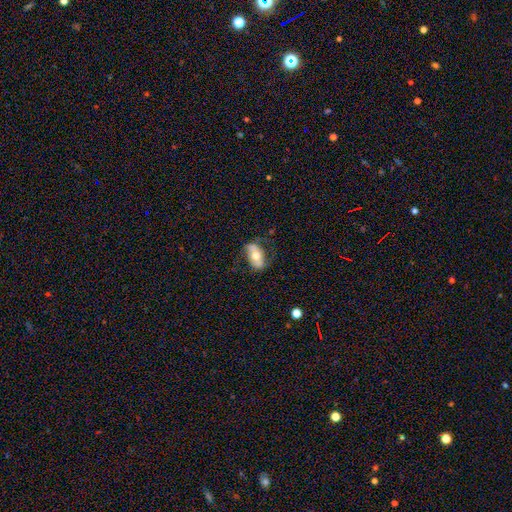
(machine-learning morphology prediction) smooth-or-featured: smooth: 47% | featured or disk: 46% | star or artifact: 7%
  merging: none: 65% | minor disturbance: 23% | major disturbance: 11% | merger: 2%